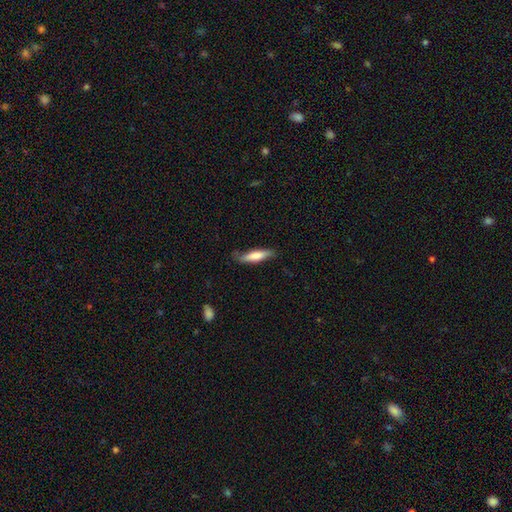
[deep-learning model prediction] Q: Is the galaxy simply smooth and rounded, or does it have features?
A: smooth — 67%.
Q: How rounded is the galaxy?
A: cigar-shaped — 72%.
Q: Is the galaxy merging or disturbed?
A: none — 71%.